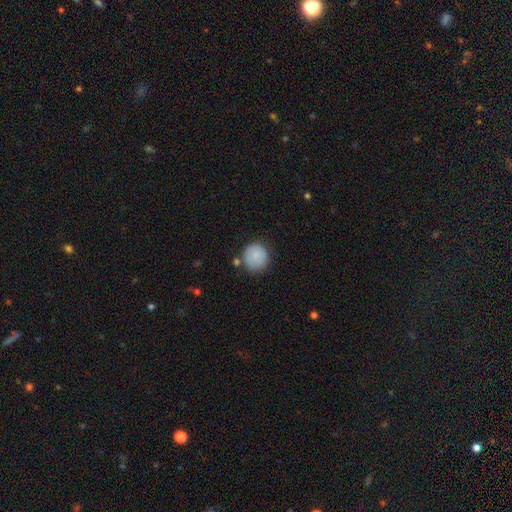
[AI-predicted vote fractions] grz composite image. It shows a smooth galaxy with no disk features (84%) that is round (91%). Merging: none (76%).